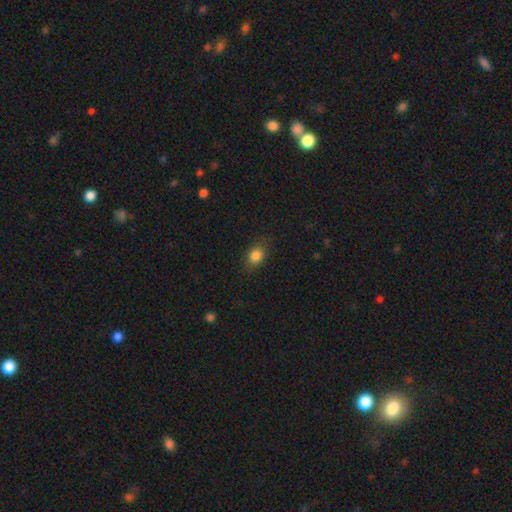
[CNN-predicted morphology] smooth-or-featured: smooth: 84% | star or artifact: 10% | featured or disk: 6%
  how-rounded: in between: 62% | round: 36% | cigar-shaped: 2%
  merging: none: 81% | minor disturbance: 14% | major disturbance: 4% | merger: 1%